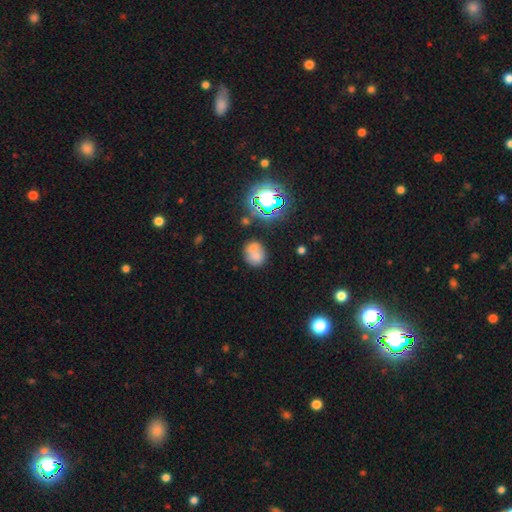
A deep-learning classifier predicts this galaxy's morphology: A smooth galaxy with no disk features (66%) that is round (67%).

Vote fractions:
- Smooth or featured? smooth: 66% / featured or disk: 17% / star or artifact: 17%
- How rounded? round: 67% / in between: 31% / cigar-shaped: 1%
- Merging? none: 46% / merger: 36% / minor disturbance: 13% / major disturbance: 6%